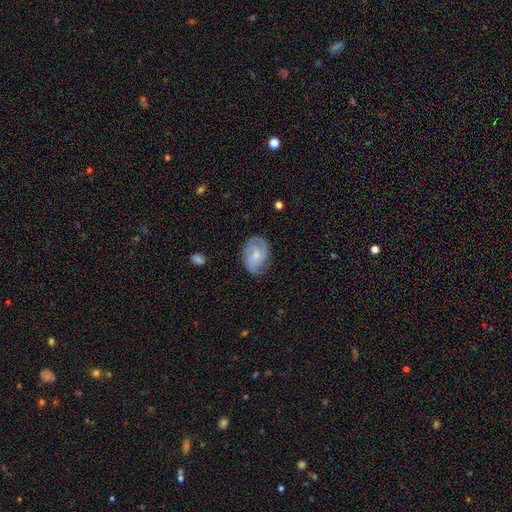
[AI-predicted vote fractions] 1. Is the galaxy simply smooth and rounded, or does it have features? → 65% featured or disk, 28% smooth, 7% star or artifact.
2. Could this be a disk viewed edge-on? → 97% no, 3% yes.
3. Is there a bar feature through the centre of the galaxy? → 60% no, 35% weak, 5% strong.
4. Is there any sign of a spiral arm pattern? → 92% yes, 8% no.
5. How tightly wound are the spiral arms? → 44% medium, 37% tight, 19% loose.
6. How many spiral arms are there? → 42% 2, 23% 3, 22% can't tell, 5% 1, 5% 4, 3% more than 4.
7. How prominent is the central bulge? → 58% small, 34% moderate, 6% none, 2% large, 1% dominant.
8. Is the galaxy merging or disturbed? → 71% none, 21% minor disturbance, 7% major disturbance, 1% merger.